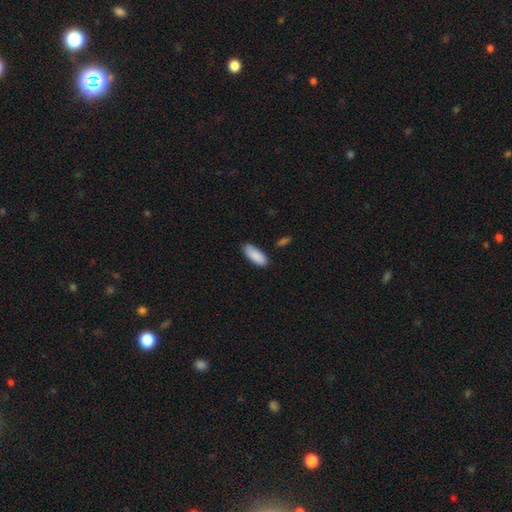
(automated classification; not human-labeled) The model was most divided on "how rounded": in between: 81%, cigar-shaped: 17%, round: 2%. More confident: smooth or featured — smooth (89%); merging — none (80%).